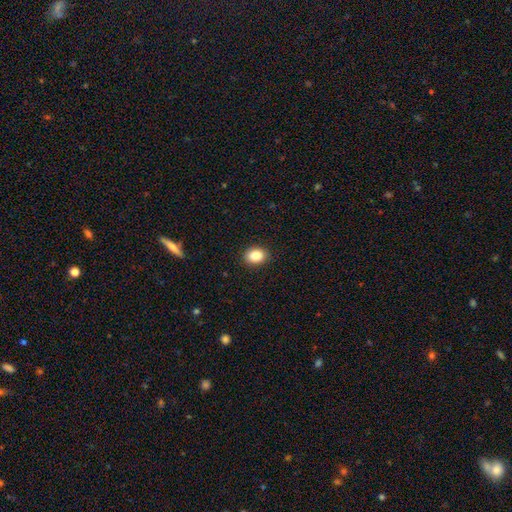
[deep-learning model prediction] This is clearly a smooth galaxy (88%). How rounded: likely in between (68%). Merging: clearly none (89%).